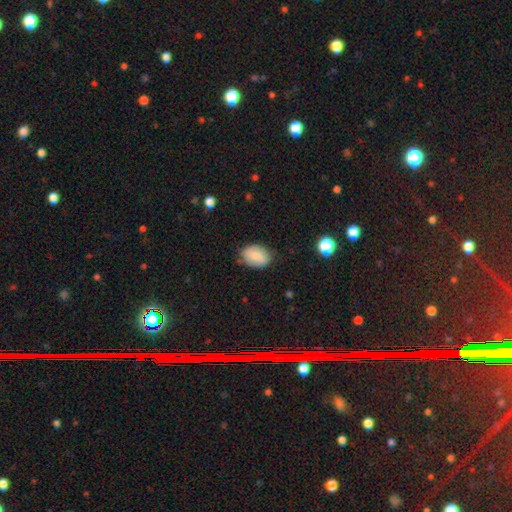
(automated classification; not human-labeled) smooth 82%, featured or disk 11%, star or artifact 7%. Down the decision tree: how rounded — in between (82%); merging — none (76%).